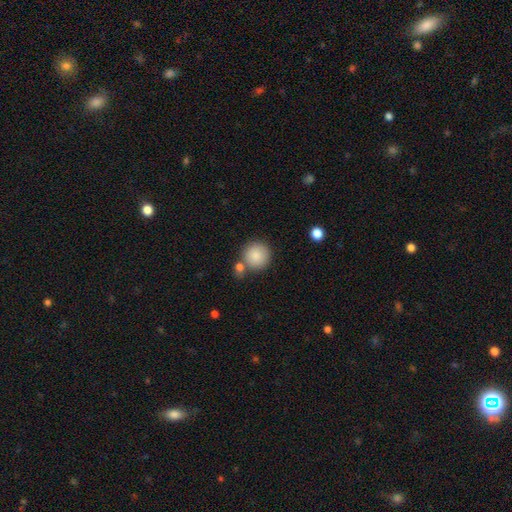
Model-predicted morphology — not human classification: Smooth or featured: smooth — 86% (star or artifact — 8%)
How rounded: round — 93% (in between — 6%)
Merging: none — 72% (merger — 15%)